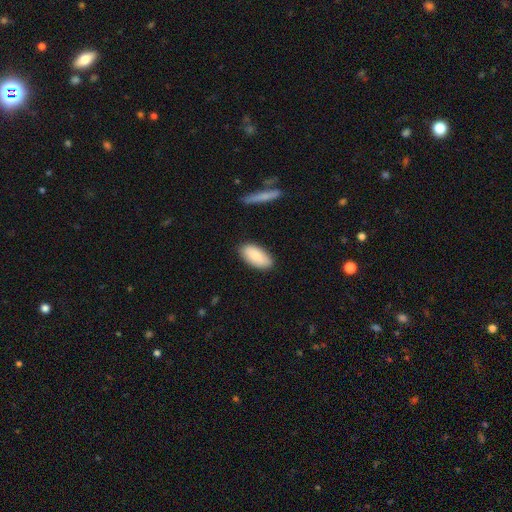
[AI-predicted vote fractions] This is clearly a smooth galaxy (86%). How rounded: clearly in between (91%). Merging: clearly none (85%).